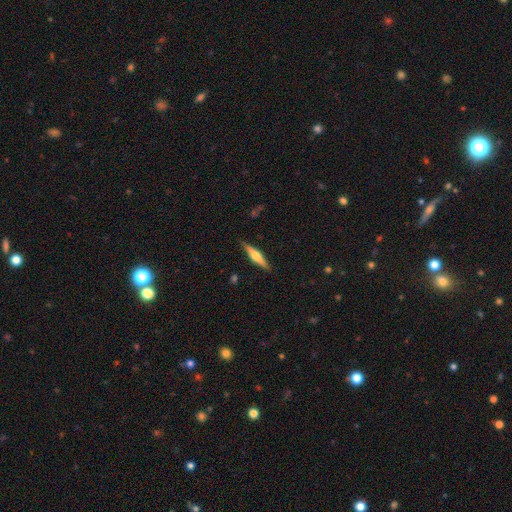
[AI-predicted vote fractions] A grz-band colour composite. It shows a featured or disk galaxy (58%) viewed edge-on (96%) with a rounded central bulge (86%). Merging: none (88%).